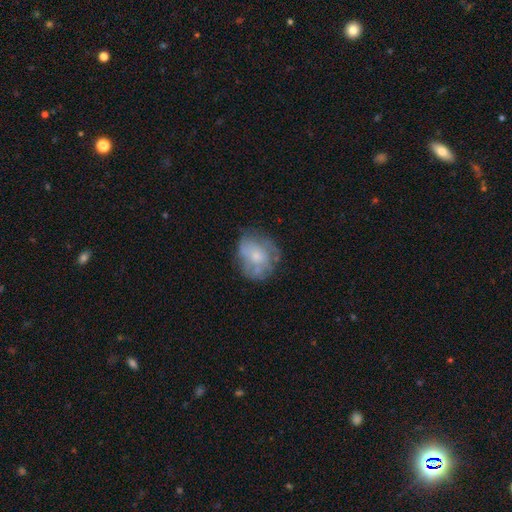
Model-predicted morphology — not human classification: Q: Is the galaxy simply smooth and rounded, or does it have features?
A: featured or disk — 47%.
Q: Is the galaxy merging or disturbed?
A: none — 53%.